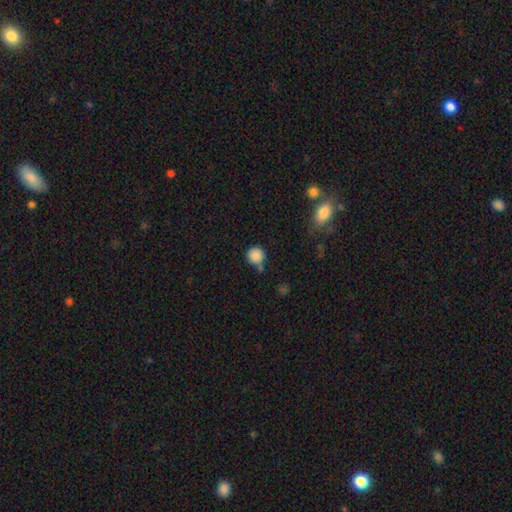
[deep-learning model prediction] Smooth or featured?
  - smooth: 87% *
  - star or artifact: 9%
  - featured or disk: 4%
How rounded?
  - round: 93% *
  - in between: 6%
  - cigar-shaped: 1%
Merging?
  - none: 67% *
  - minor disturbance: 15%
  - merger: 13%
  - major disturbance: 5%